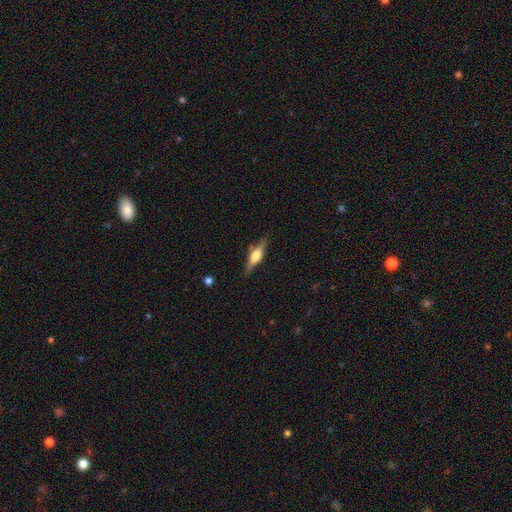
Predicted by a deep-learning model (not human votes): Smooth or featured: featured or disk — 62% (smooth — 31%)
Edge-on disk: yes — 95% (no — 5%)
Edge-on bulge: rounded — 80% (boxy — 18%)
Merging: none — 83% (minor disturbance — 12%)